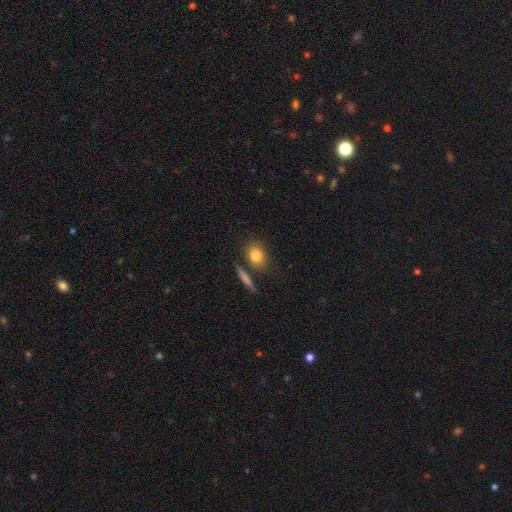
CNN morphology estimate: Smooth or featured? smooth (81%)
How rounded? in between (53%)
Merging? none (73%)